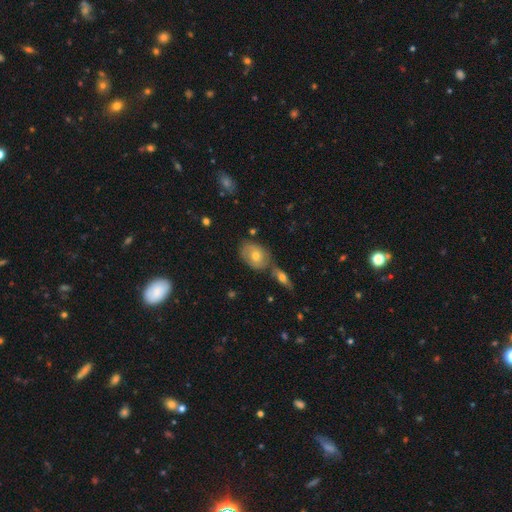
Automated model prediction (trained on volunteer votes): Smooth or featured?
  - smooth: 55% *
  - featured or disk: 37%
  - star or artifact: 8%
How rounded?
  - in between: 68% *
  - round: 30%
  - cigar-shaped: 2%
Merging?
  - none: 55% *
  - merger: 24%
  - minor disturbance: 16%
  - major disturbance: 5%